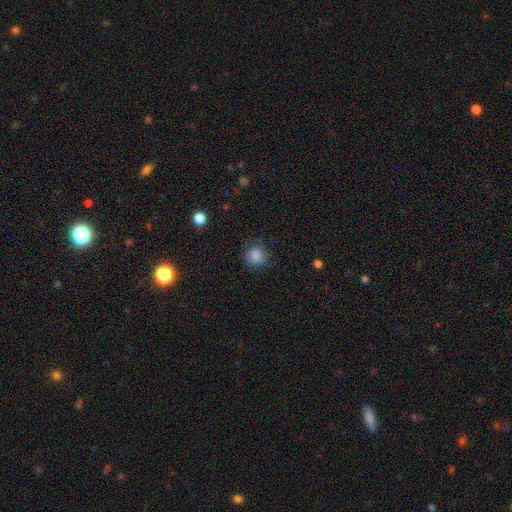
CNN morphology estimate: Overall: smooth (82%). How rounded: round (79%). Merging: none (76%).